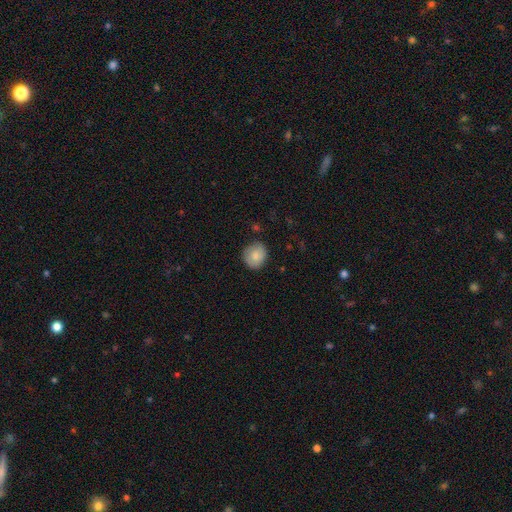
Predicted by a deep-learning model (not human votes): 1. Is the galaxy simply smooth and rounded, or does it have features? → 83% smooth, 9% featured or disk, 7% star or artifact.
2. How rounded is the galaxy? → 80% round, 19% in between, 1% cigar-shaped.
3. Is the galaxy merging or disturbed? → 80% none, 15% minor disturbance, 3% major disturbance, 2% merger.